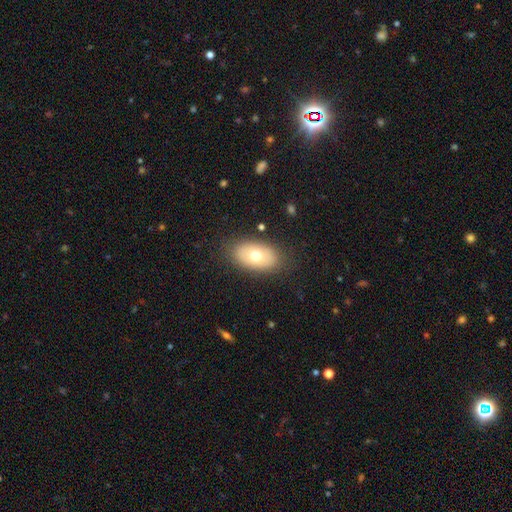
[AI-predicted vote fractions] Smooth or featured? Predicted: smooth (p=0.68). How rounded? Predicted: in between (p=0.90). Merging? Predicted: none (p=0.84).